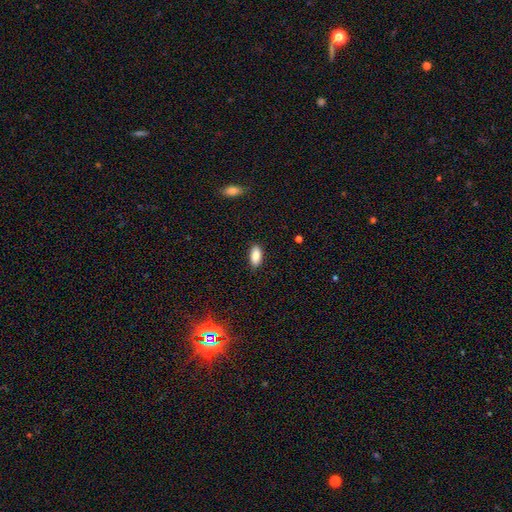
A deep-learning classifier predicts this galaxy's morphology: Smooth or featured? Predicted: smooth (p=0.86). How rounded? Predicted: in between (p=0.88). Merging? Predicted: none (p=0.87).